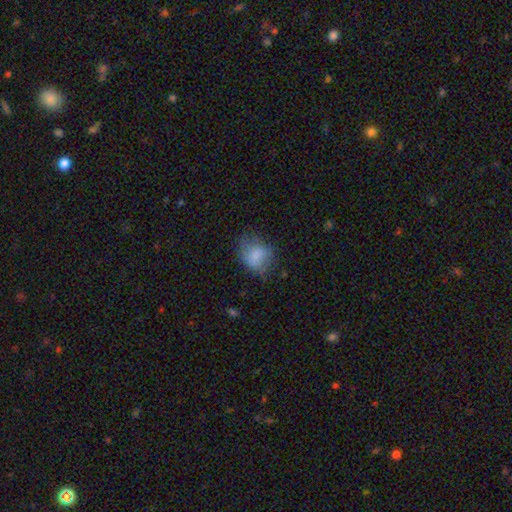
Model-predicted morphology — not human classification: smooth_or_featured: smooth (p=0.76) [alt: featured or disk p=0.15]
how_rounded: round (p=0.51) [alt: in between p=0.48]
merging: none (p=0.50) [alt: minor disturbance p=0.30]